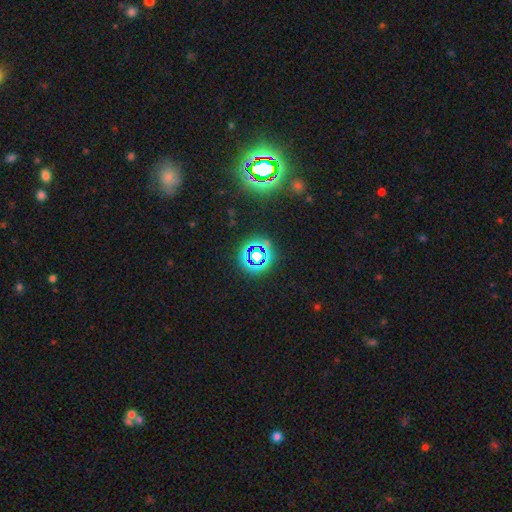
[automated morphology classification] smooth-or-featured: star or artifact: 67% | smooth: 22% | featured or disk: 11%